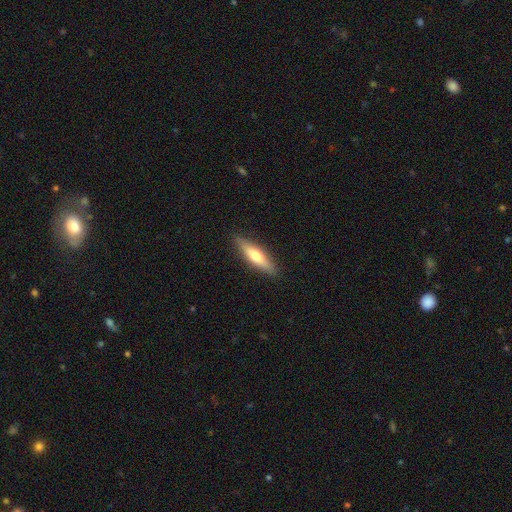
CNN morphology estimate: This is possibly a smooth galaxy (55%). How rounded: likely cigar-shaped (73%). Merging: clearly none (89%).